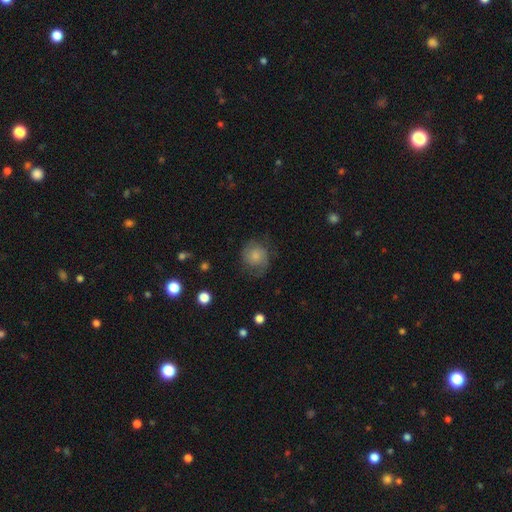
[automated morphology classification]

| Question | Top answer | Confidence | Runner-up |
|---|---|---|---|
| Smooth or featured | smooth | 60% | featured or disk (31%) |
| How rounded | round | 80% | in between (19%) |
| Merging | none | 63% | minor disturbance (23%) |